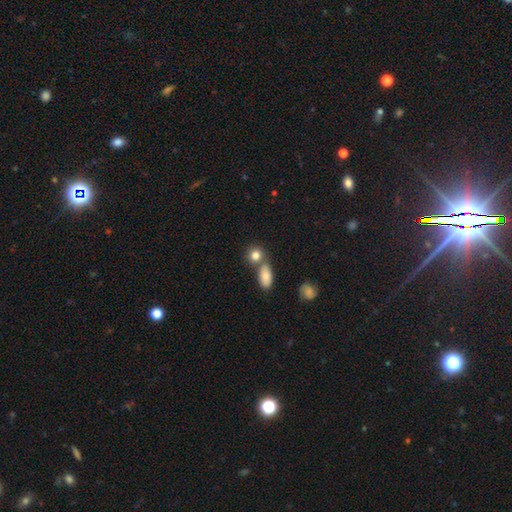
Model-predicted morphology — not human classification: Smooth or featured?
  - smooth: 83% *
  - star or artifact: 9%
  - featured or disk: 8%
How rounded?
  - round: 71% *
  - in between: 27%
  - cigar-shaped: 2%
Merging?
  - none: 54% *
  - merger: 34%
  - minor disturbance: 9%
  - major disturbance: 3%